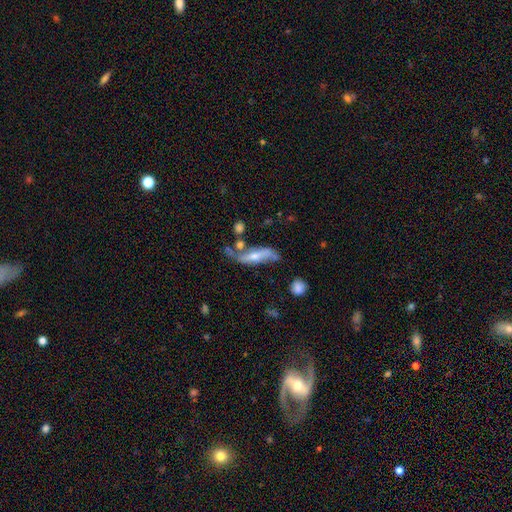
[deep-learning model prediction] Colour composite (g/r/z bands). It shows a featured or disk galaxy (63%). Merging: none (42%).